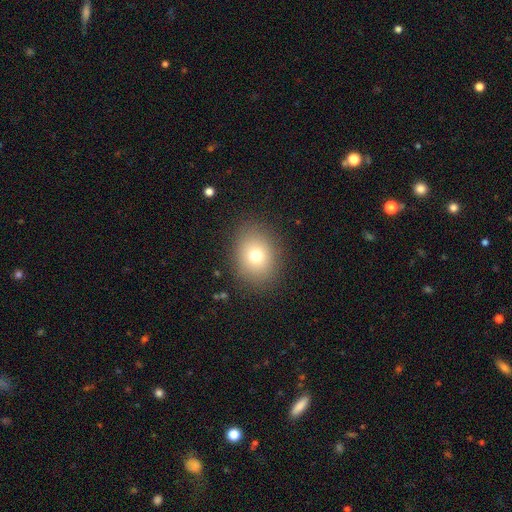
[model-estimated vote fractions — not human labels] smooth 73%, star or artifact 14%, featured or disk 13%. Down the decision tree: how rounded — round (53%); merging — none (86%).